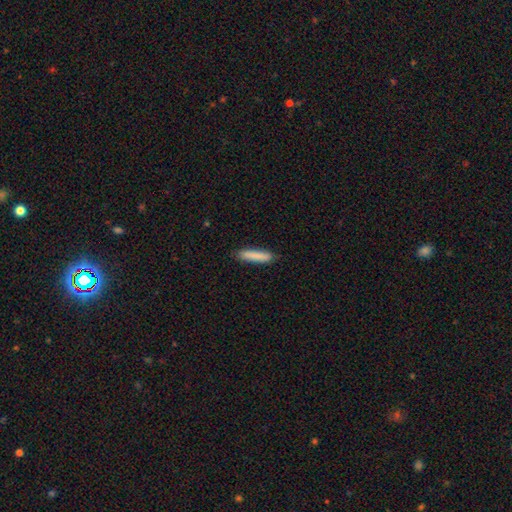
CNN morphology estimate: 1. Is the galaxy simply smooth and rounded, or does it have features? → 86% smooth, 8% featured or disk, 6% star or artifact.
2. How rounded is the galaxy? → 87% cigar-shaped, 12% in between, 1% round.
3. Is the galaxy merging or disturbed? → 86% none, 11% minor disturbance, 2% major disturbance, 1% merger.